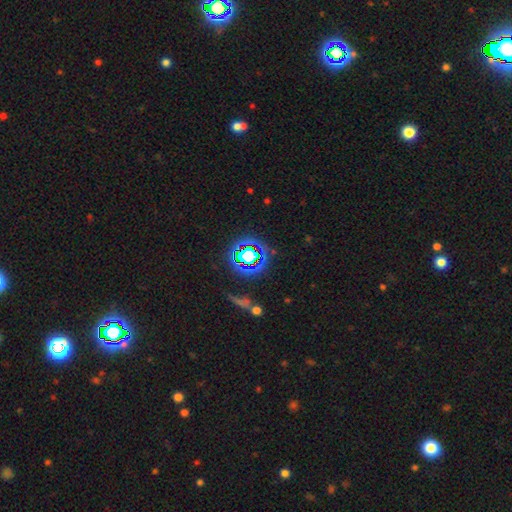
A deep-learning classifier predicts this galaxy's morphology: Overall: star or artifact (75%).